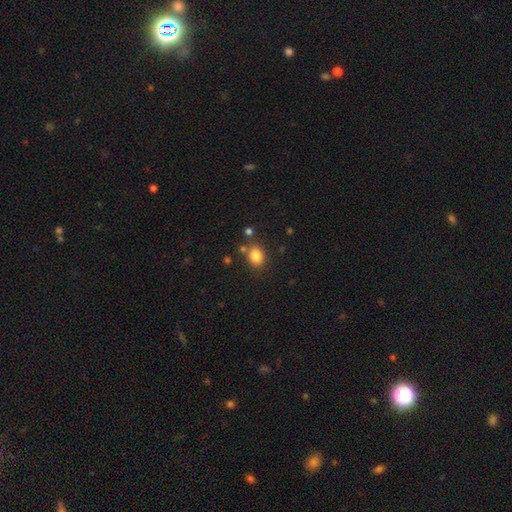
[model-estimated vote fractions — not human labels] The model was most divided on "how rounded": round: 50%, in between: 49%, cigar-shaped: 1%. More confident: smooth or featured — smooth (83%); merging — none (76%).